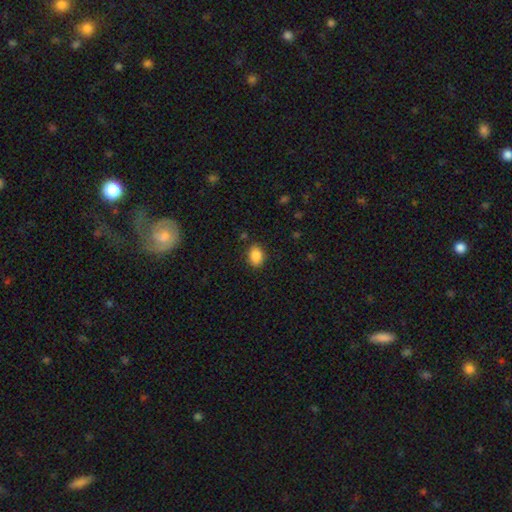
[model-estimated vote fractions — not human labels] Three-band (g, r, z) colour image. It shows a smooth galaxy with no disk features (87%) that is in between round and cigar-shaped (67%). Merging: none (86%).